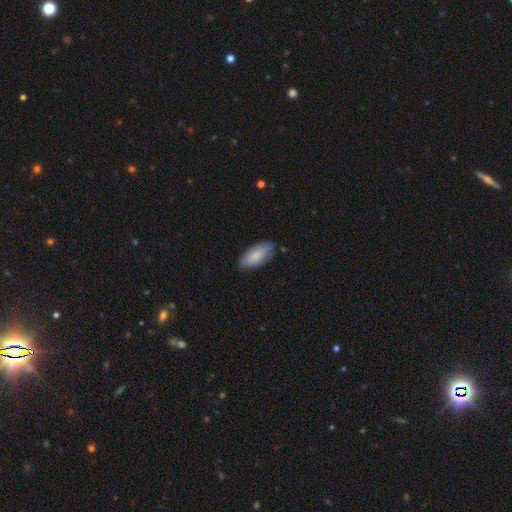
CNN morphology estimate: This is clearly a smooth galaxy (82%). How rounded: clearly in between (87%). Merging: likely none (74%).